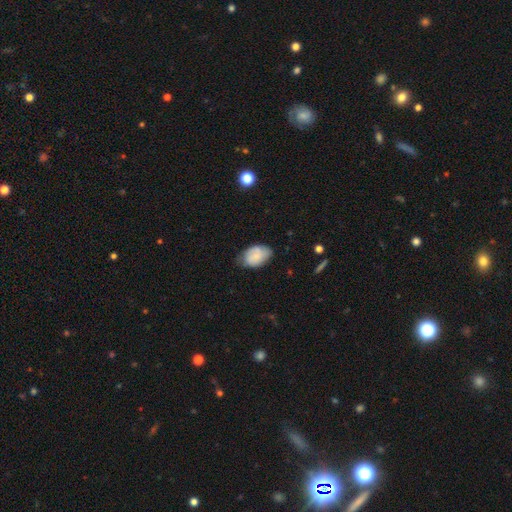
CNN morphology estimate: Smooth or featured? smooth (71%)
How rounded? in between (89%)
Merging? none (61%)